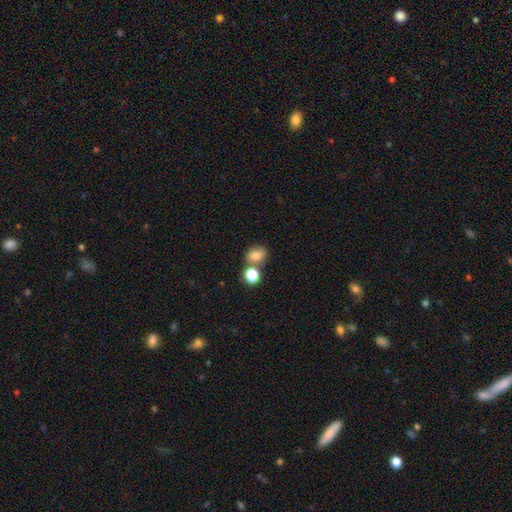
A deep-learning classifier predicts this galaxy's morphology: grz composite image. It shows a smooth galaxy with no disk features (75%) that is in between round and cigar-shaped (53%). Merging: none (57%).